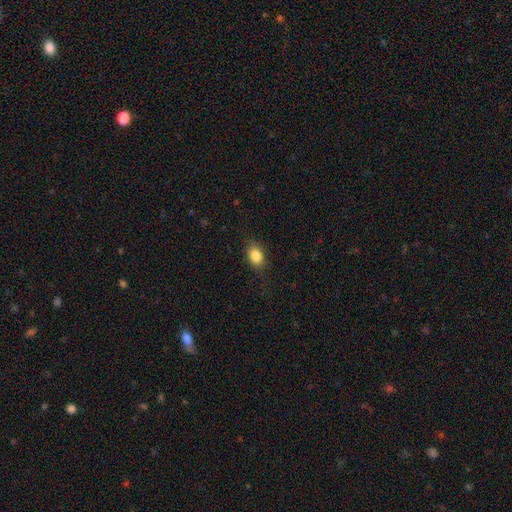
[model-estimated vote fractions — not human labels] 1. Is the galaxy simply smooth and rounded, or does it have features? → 86% smooth, 8% star or artifact, 6% featured or disk.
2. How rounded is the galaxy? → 75% in between, 23% round, 2% cigar-shaped.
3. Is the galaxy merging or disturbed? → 81% none, 14% minor disturbance, 4% major disturbance, 1% merger.